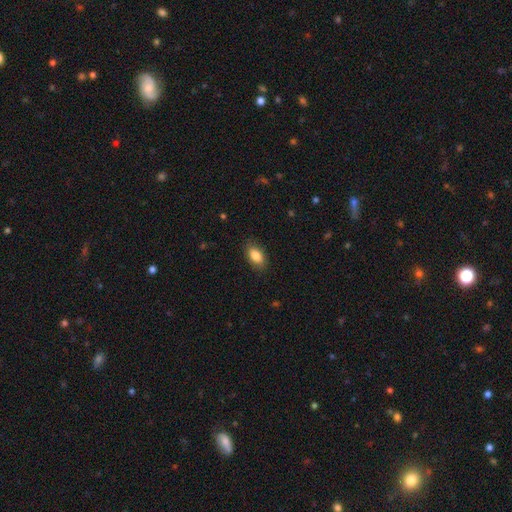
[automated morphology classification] smooth_or_featured: smooth (p=0.85) [alt: featured or disk p=0.08]
how_rounded: in between (p=0.90) [alt: round p=0.06]
merging: none (p=0.85) [alt: minor disturbance p=0.12]